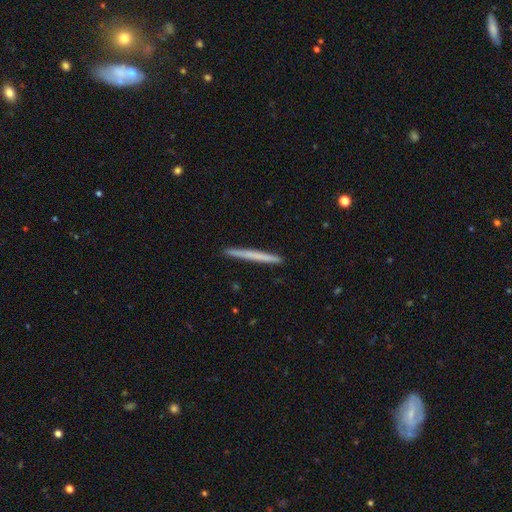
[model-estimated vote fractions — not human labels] Overall: smooth (58%; featured or disk 37%). How rounded: cigar-shaped (97%). Merging: none (92%).